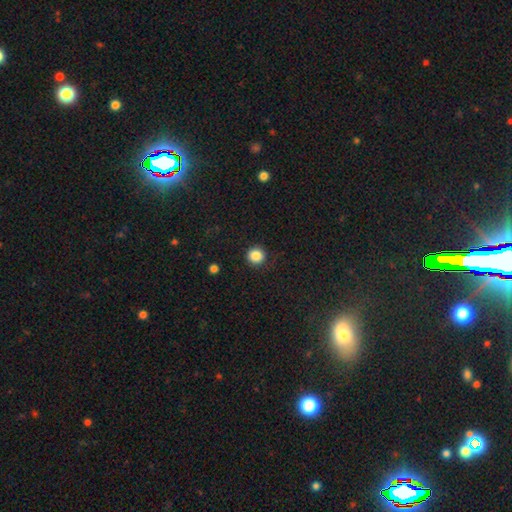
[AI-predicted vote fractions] This is clearly a smooth galaxy (86%). How rounded: clearly round (93%). Merging: clearly none (89%).